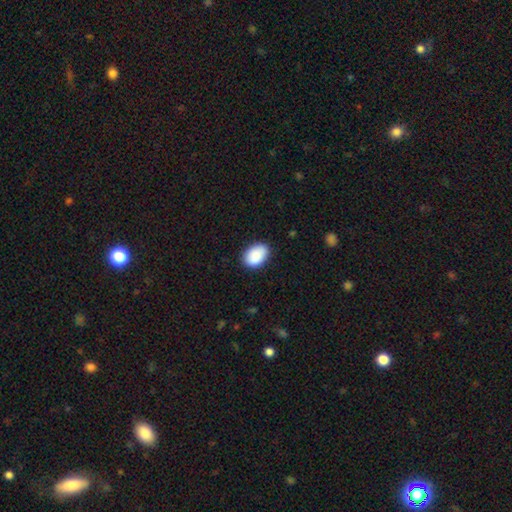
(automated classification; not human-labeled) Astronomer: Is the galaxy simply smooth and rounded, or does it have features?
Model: smooth — 89%.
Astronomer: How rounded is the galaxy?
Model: in between — 84%.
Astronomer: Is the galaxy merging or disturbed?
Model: none — 85%.